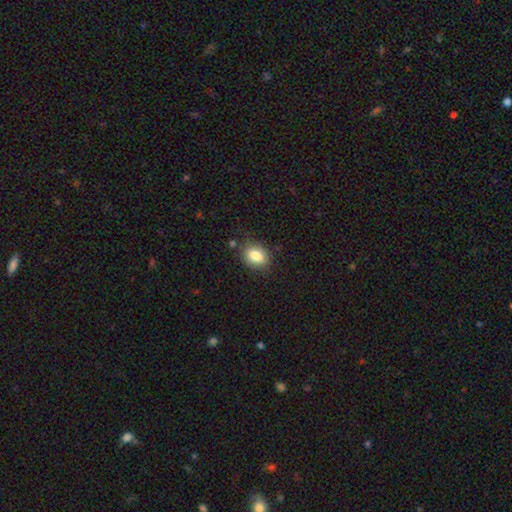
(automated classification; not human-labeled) This is clearly a smooth galaxy (83%). How rounded: likely in between (61%). Merging: clearly none (81%).